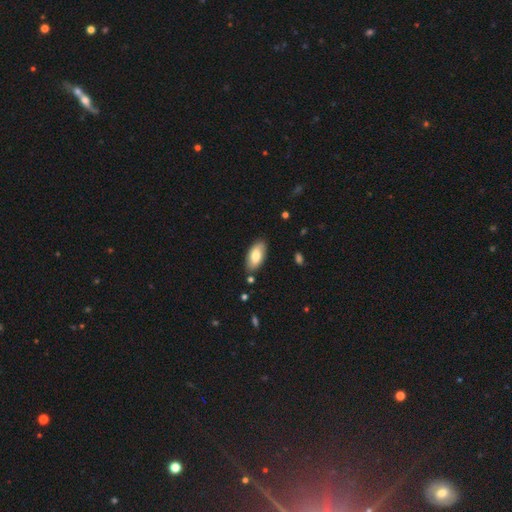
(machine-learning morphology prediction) A smooth galaxy with no disk features (76%) that is in between round and cigar-shaped (93%). Merging: none (84%).